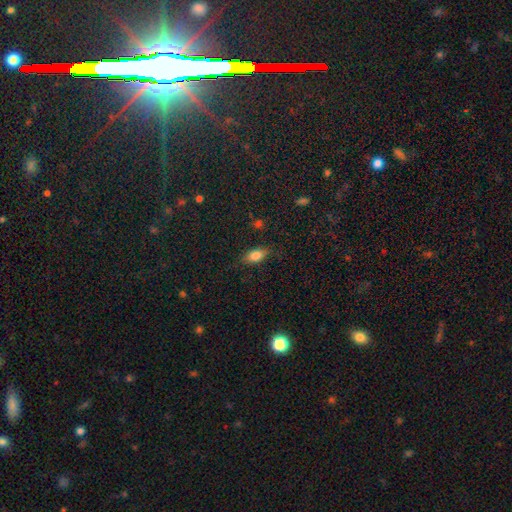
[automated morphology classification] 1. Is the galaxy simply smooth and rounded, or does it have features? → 81% smooth, 11% featured or disk, 8% star or artifact.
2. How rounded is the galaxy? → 87% in between, 8% cigar-shaped, 5% round.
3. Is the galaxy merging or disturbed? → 81% none, 15% minor disturbance, 4% major disturbance, 1% merger.